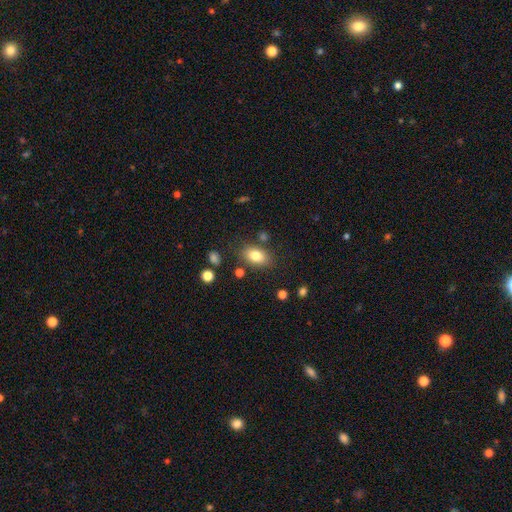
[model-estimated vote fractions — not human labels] This is clearly a smooth galaxy (81%). How rounded: clearly in between (85%). Merging: likely none (80%).